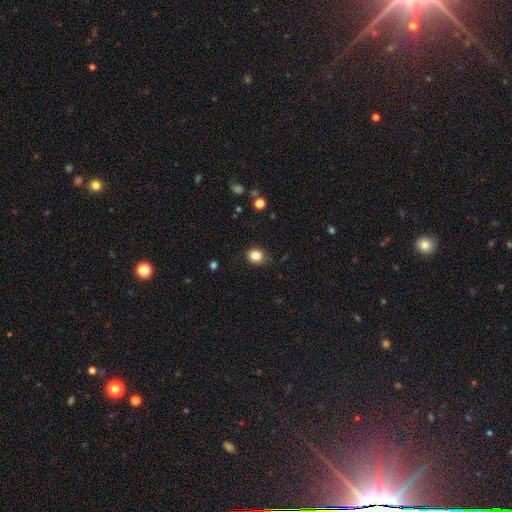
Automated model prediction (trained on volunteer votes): Smooth or featured? Predicted: smooth (p=0.85). How rounded? Predicted: round (p=0.73). Merging? Predicted: none (p=0.85).